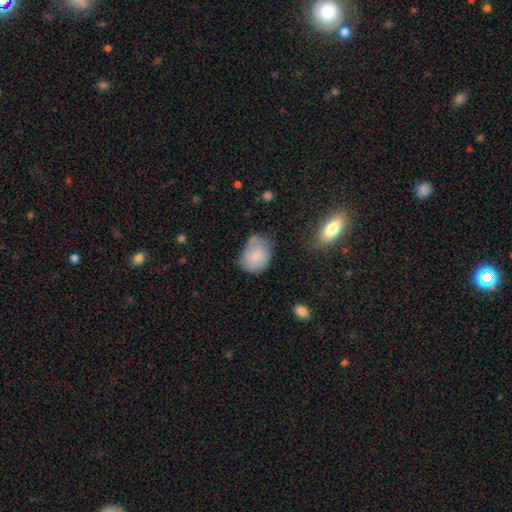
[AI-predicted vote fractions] Morphology: type=smooth (81%); roundness=in between (58%); merging=none (55%).